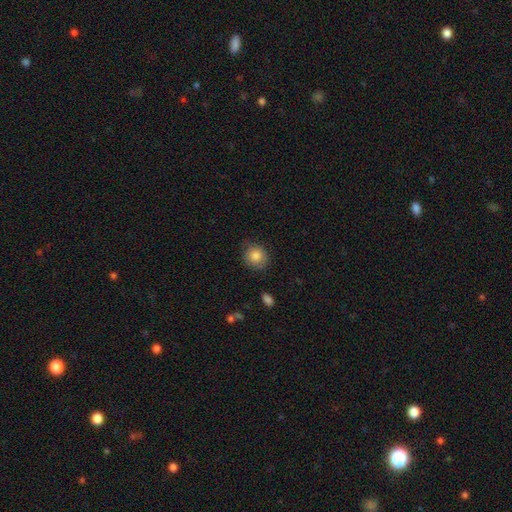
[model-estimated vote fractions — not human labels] smooth_or_featured: smooth (p=0.83) [alt: featured or disk p=0.09]
how_rounded: round (p=0.80) [alt: in between p=0.19]
merging: none (p=0.79) [alt: minor disturbance p=0.16]